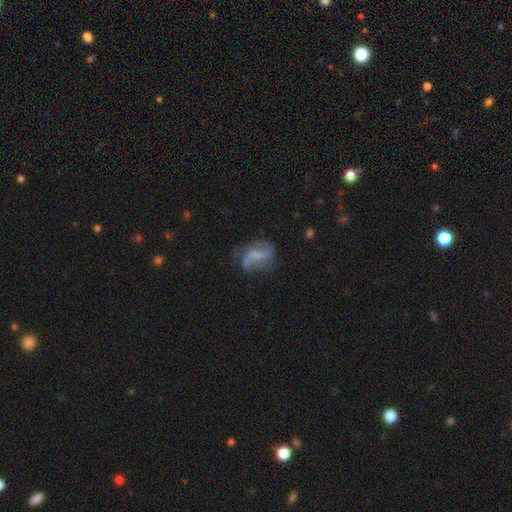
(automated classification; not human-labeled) Q: Smooth or featured?
A: featured or disk (64%); runner-up: smooth (26%)
Q: Edge-on disk?
A: no (97%); runner-up: yes (3%)
Q: Bar?
A: weak (45%); runner-up: no (29%)
Q: Spiral arms?
A: yes (75%); runner-up: no (25%)
Q: Bulge size?
A: none (44%); runner-up: small (25%)
Q: Merging?
A: none (47%); runner-up: major disturbance (25%)